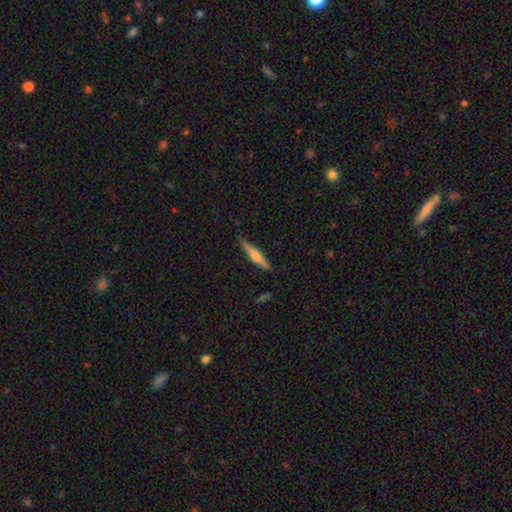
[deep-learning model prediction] Morphology: type=smooth (55%); roundness=cigar-shaped (90%); merging=none (85%).